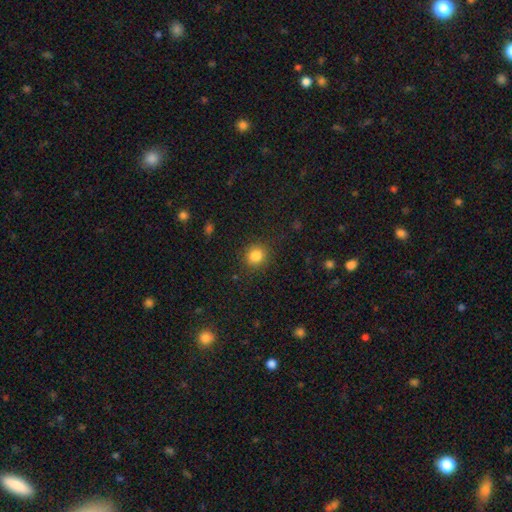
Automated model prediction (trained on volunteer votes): Q: Smooth or featured?
A: smooth (84%); runner-up: star or artifact (11%)
Q: How rounded?
A: round (85%); runner-up: in between (14%)
Q: Merging?
A: none (88%); runner-up: minor disturbance (8%)